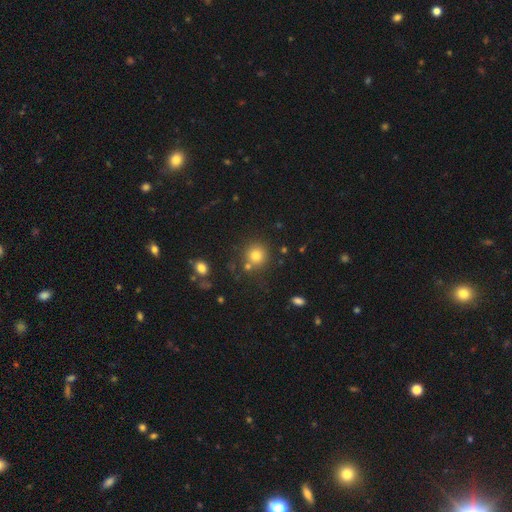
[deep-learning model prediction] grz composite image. It shows a smooth galaxy with no disk features (78%) that is round (92%). Merging: none (75%).